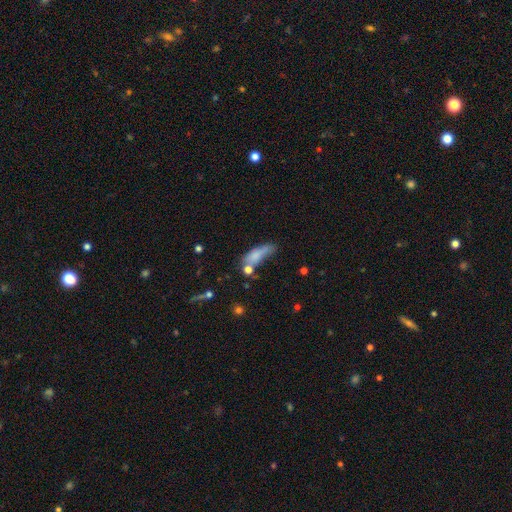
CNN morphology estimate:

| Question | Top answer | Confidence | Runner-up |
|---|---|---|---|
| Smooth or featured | smooth | 71% | featured or disk (19%) |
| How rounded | in between | 50% | cigar-shaped (46%) |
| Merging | none | 34% | minor disturbance (29%) |